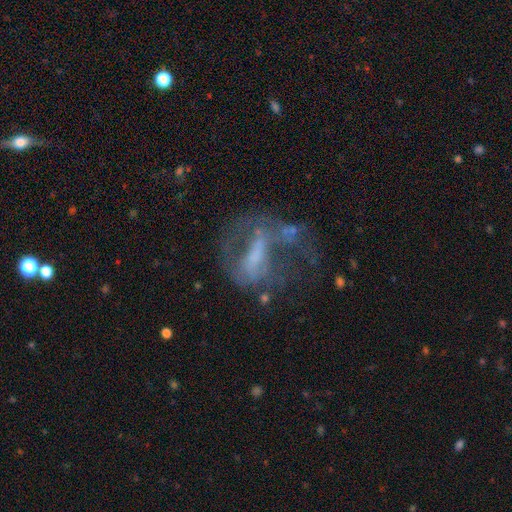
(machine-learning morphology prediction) This is likely a featured or disk galaxy (62%). It is clearly not viewed edge-on (94%). Bar: marginally no (37%). Spiral arm pattern: likely no (64%). Central bulge: marginally none (37%). Merging: marginally major disturbance (41%).